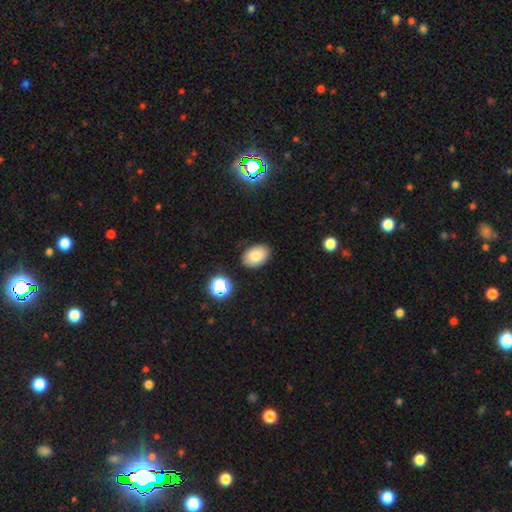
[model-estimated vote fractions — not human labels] smooth 83%, star or artifact 9%, featured or disk 8%. Down the decision tree: how rounded — in between (86%); merging — none (87%).